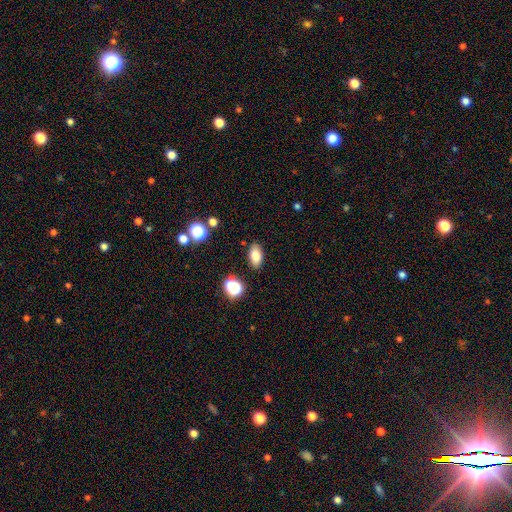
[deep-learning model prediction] Q: Smooth or featured?
A: smooth (79%); runner-up: star or artifact (11%)
Q: How rounded?
A: in between (89%); runner-up: round (8%)
Q: Merging?
A: none (86%); runner-up: minor disturbance (9%)